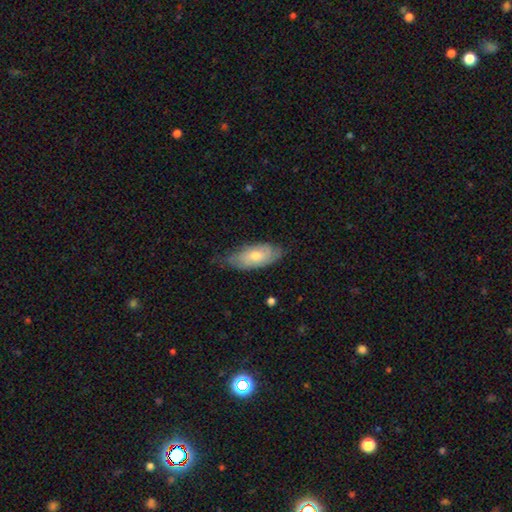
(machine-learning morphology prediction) Smooth or featured? Predicted: smooth (p=0.52). How rounded? Predicted: in between (p=0.83). Merging? Predicted: none (p=0.61).